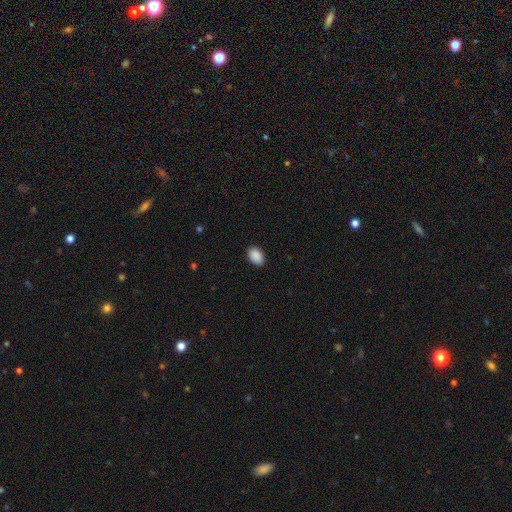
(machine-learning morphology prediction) Smooth or featured?
  - smooth: 90% *
  - star or artifact: 7%
  - featured or disk: 2%
How rounded?
  - in between: 88% *
  - round: 11%
  - cigar-shaped: 1%
Merging?
  - none: 89% *
  - minor disturbance: 9%
  - major disturbance: 2%
  - merger: 1%